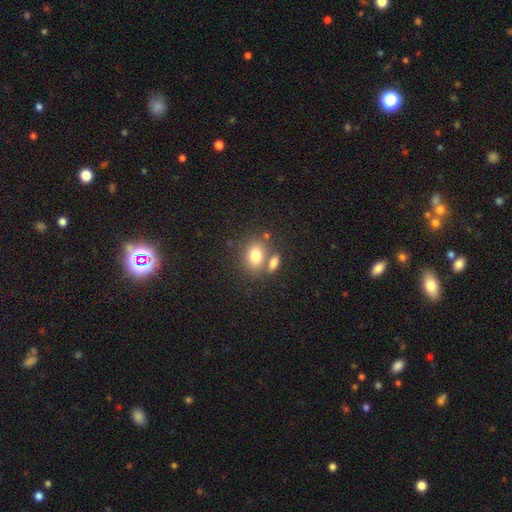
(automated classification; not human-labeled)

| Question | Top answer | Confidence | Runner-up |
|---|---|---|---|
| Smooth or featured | smooth | 79% | featured or disk (11%) |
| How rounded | in between | 64% | round (35%) |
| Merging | none | 54% | merger (31%) |